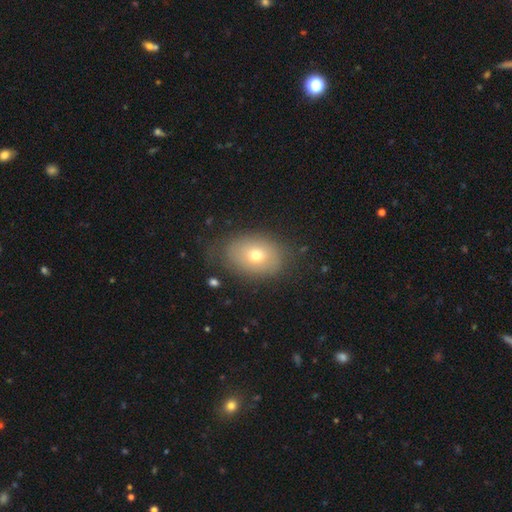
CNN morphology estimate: Smooth or featured? Predicted: smooth (p=0.68). How rounded? Predicted: in between (p=0.75). Merging? Predicted: none (p=0.75).